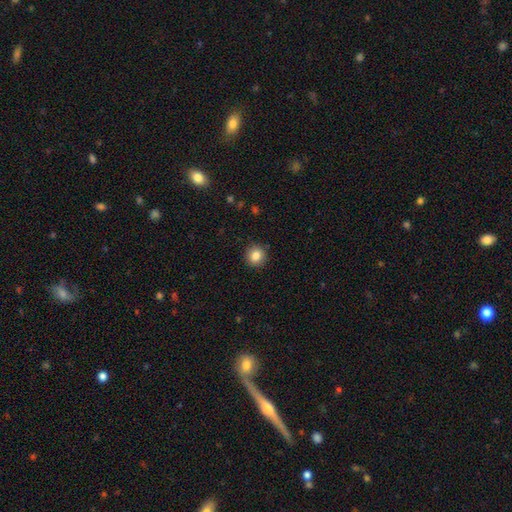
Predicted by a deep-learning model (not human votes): smooth_or_featured: smooth (p=0.85) [alt: star or artifact p=0.10]
how_rounded: round (p=0.89) [alt: in between p=0.10]
merging: none (p=0.90) [alt: minor disturbance p=0.07]